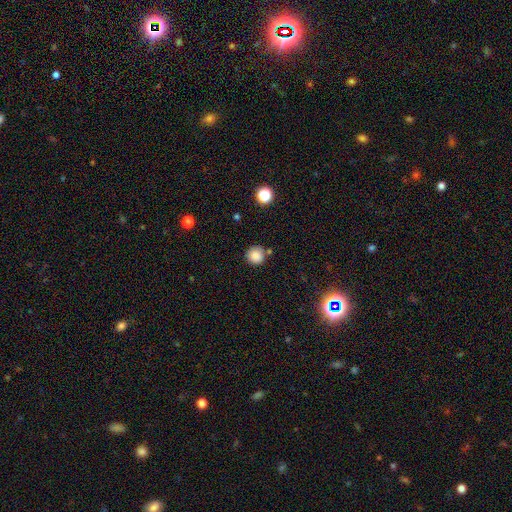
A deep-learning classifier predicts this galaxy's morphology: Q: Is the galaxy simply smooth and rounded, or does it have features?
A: smooth — 84%.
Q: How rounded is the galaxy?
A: round — 92%.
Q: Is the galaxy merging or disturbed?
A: none — 78%.